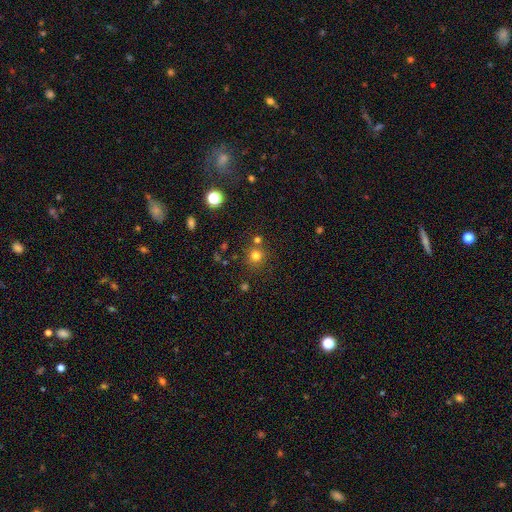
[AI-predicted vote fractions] Morphology: type=smooth (75%); roundness=round (92%); merging=none (75%).